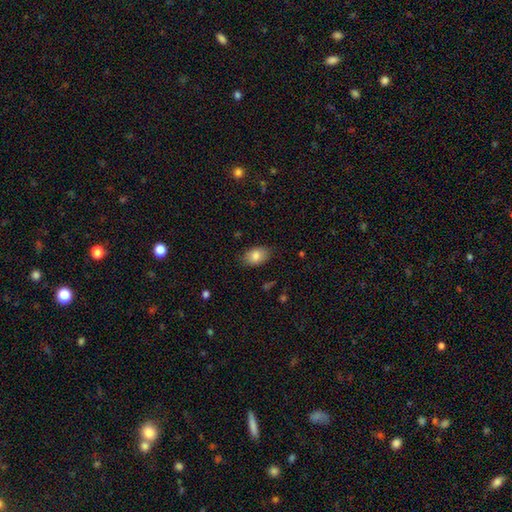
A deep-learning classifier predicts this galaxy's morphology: smooth 85%, featured or disk 8%, star or artifact 8%. Down the decision tree: how rounded — in between (84%); merging — none (82%).